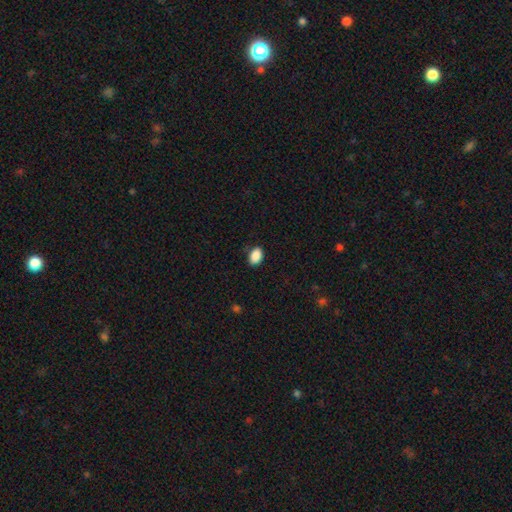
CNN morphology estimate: Smooth or featured? Predicted: smooth (p=0.89). How rounded? Predicted: in between (p=0.87). Merging? Predicted: none (p=0.84).